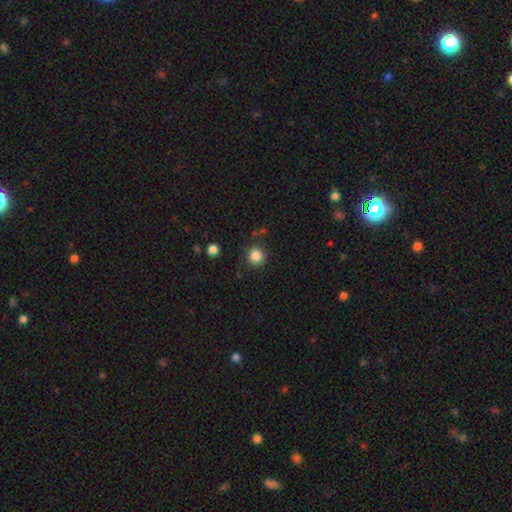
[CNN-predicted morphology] smooth-or-featured: smooth: 85% | star or artifact: 11% | featured or disk: 4%
  how-rounded: round: 94% | in between: 5% | cigar-shaped: 1%
  merging: none: 88% | minor disturbance: 7% | major disturbance: 3% | merger: 2%